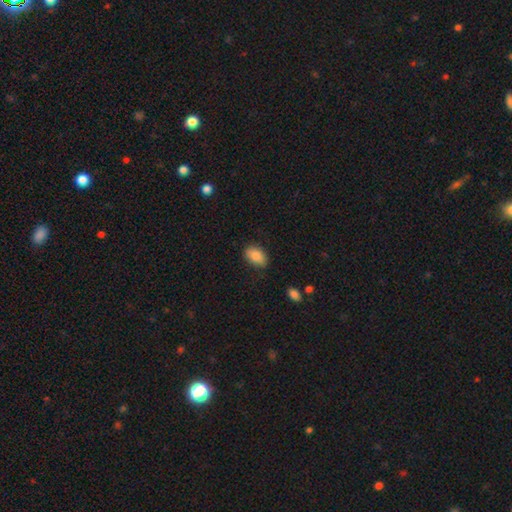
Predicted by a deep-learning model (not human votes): smooth-or-featured: smooth: 85% | star or artifact: 8% | featured or disk: 7%
  how-rounded: in between: 89% | round: 9% | cigar-shaped: 2%
  merging: none: 80% | minor disturbance: 15% | major disturbance: 3% | merger: 1%